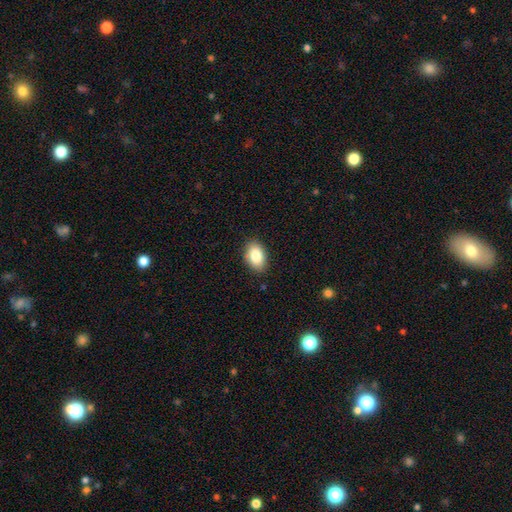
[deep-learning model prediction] Overall: smooth (85%). How rounded: in between (90%). Merging: none (86%).